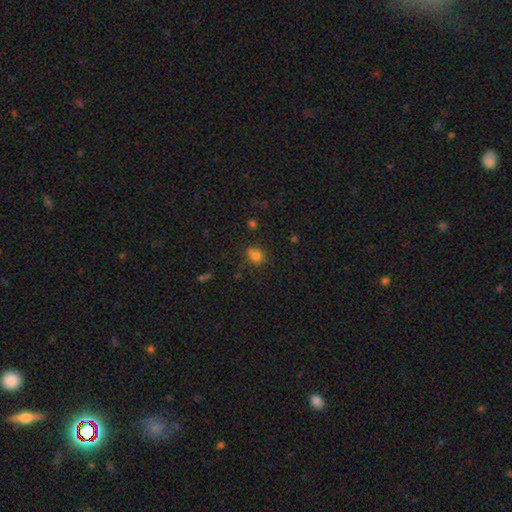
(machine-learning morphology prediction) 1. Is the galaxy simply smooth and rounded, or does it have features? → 77% smooth, 14% star or artifact, 8% featured or disk.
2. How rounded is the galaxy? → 70% round, 29% in between, 1% cigar-shaped.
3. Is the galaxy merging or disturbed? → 62% none, 17% minor disturbance, 16% merger, 5% major disturbance.